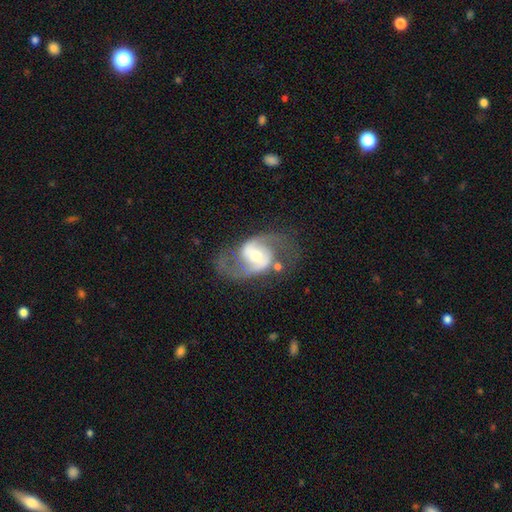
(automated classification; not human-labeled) A featured or disk galaxy (87%) with a weak bar (48%), 2 (92%) medium (55%) spiral arms (95%) and a moderate central bulge (52%). Merging: none (69%).